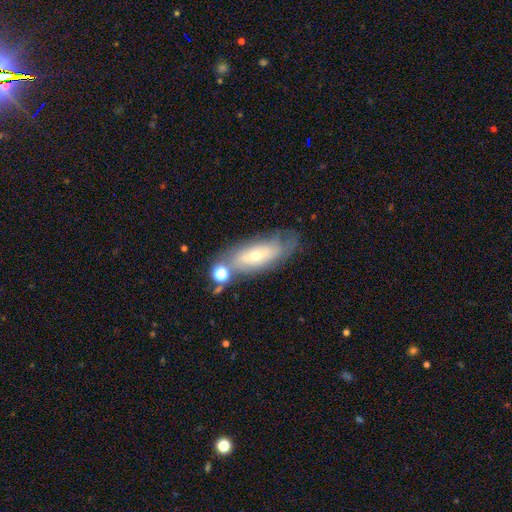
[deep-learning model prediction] A featured or disk galaxy (61%). Merging: none (56%).